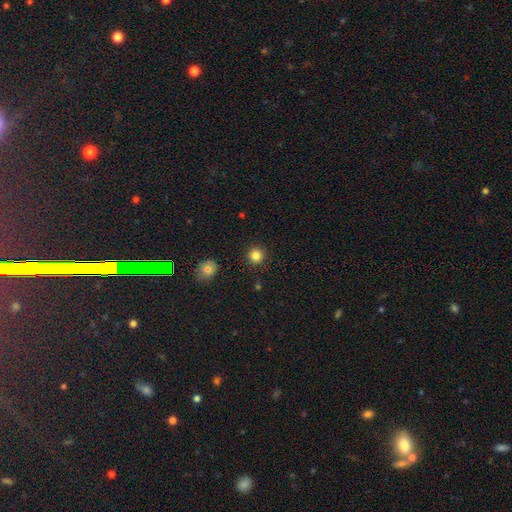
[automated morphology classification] Overall: smooth (83%). How rounded: round (93%). Merging: none (91%).